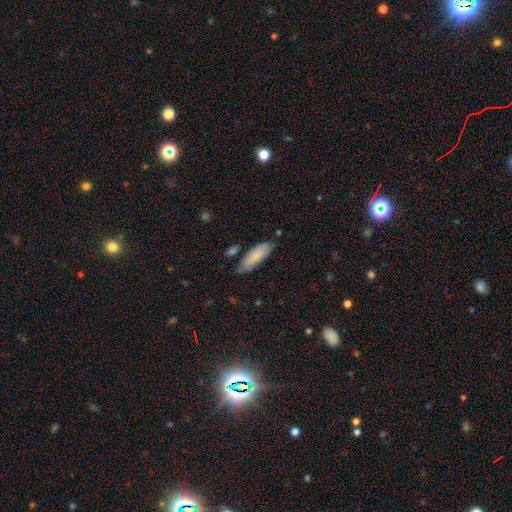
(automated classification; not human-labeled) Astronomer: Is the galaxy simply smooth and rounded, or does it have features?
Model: smooth — 83%.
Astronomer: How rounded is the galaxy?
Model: in between — 54% (runner-up: cigar-shaped, 45%).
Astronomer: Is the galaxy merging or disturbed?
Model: none — 74%.